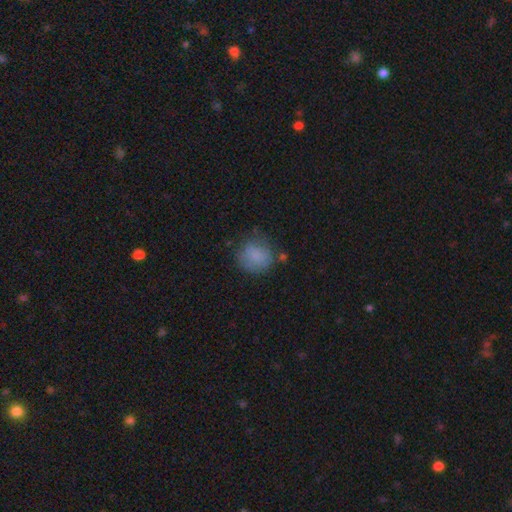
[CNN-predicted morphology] Smooth or featured: smooth — 79% (featured or disk — 12%)
How rounded: round — 84% (in between — 15%)
Merging: none — 62% (minor disturbance — 25%)